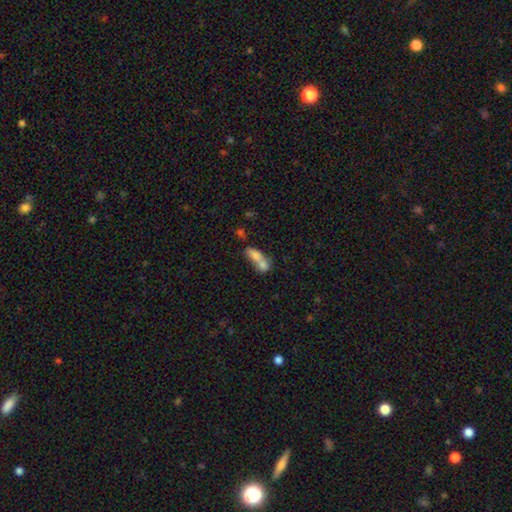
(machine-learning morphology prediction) smooth-or-featured: smooth: 72% | featured or disk: 19% | star or artifact: 9%
  how-rounded: in between: 70% | cigar-shaped: 17% | round: 13%
  merging: merger: 71% | none: 17% | minor disturbance: 7% | major disturbance: 5%